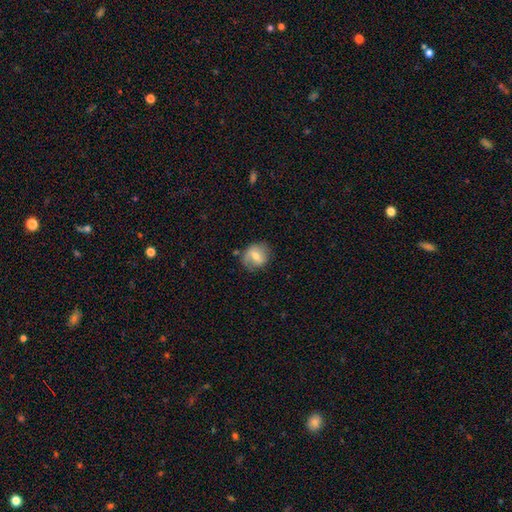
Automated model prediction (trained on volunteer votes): This is possibly a smooth galaxy (49%). Merging: likely none (70%).